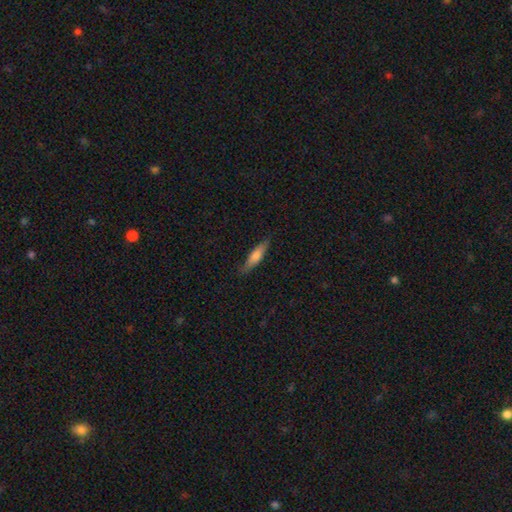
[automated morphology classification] Overall: smooth (68%). How rounded: cigar-shaped (73%). Merging: none (80%).